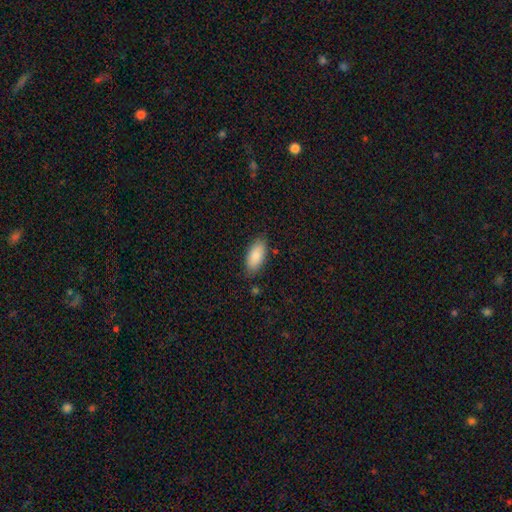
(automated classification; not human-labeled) The model was most divided on "merging": none: 81%, minor disturbance: 14%, major disturbance: 3%, merger: 2%. More confident: how rounded — in between (90%); smooth or featured — smooth (86%).